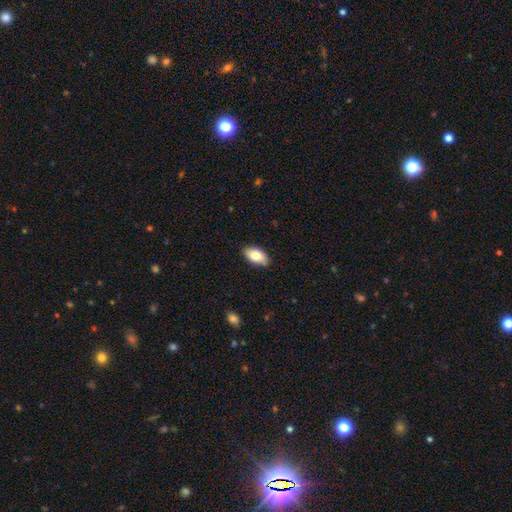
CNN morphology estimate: Overall: smooth (79%). How rounded: in between (93%). Merging: none (85%).